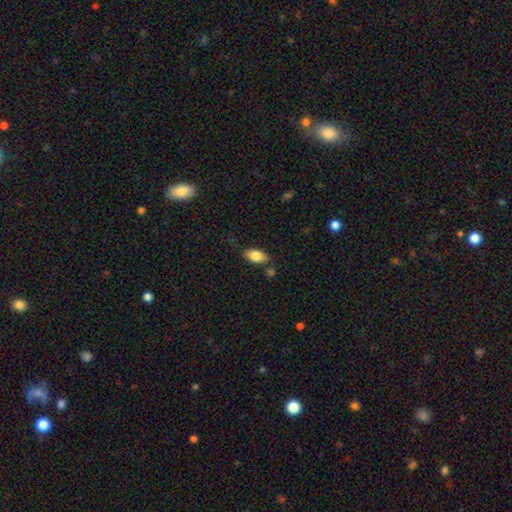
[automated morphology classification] Smooth or featured: smooth — 82% (featured or disk — 11%)
How rounded: in between — 91% (cigar-shaped — 5%)
Merging: none — 78% (minor disturbance — 14%)